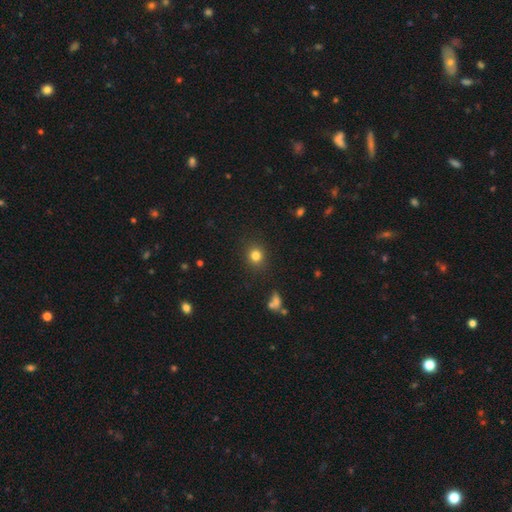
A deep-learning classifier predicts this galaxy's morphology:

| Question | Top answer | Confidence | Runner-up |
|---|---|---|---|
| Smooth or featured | smooth | 80% | star or artifact (13%) |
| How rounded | round | 83% | in between (16%) |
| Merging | none | 87% | minor disturbance (8%) |